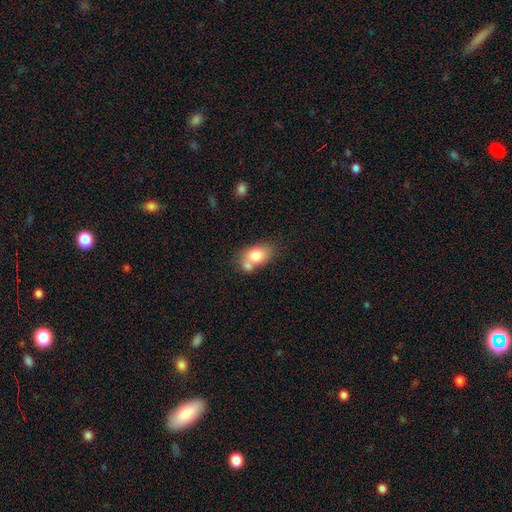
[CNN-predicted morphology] Smooth or featured? Predicted: smooth (p=0.77). How rounded? Predicted: in between (p=0.77). Merging? Predicted: merger (p=0.43).